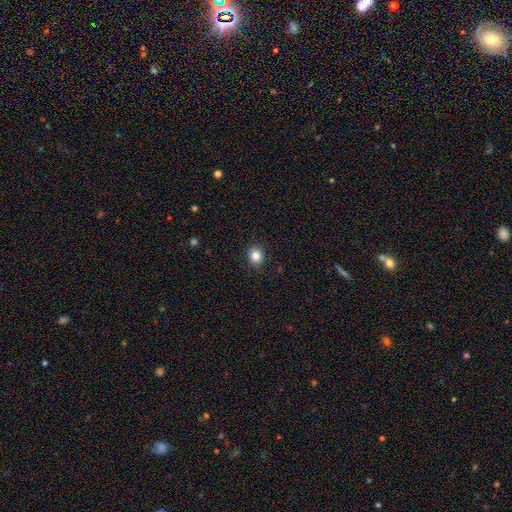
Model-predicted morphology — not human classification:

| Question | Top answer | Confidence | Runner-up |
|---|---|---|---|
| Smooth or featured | smooth | 85% | star or artifact (11%) |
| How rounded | round | 75% | in between (24%) |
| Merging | none | 90% | minor disturbance (7%) |